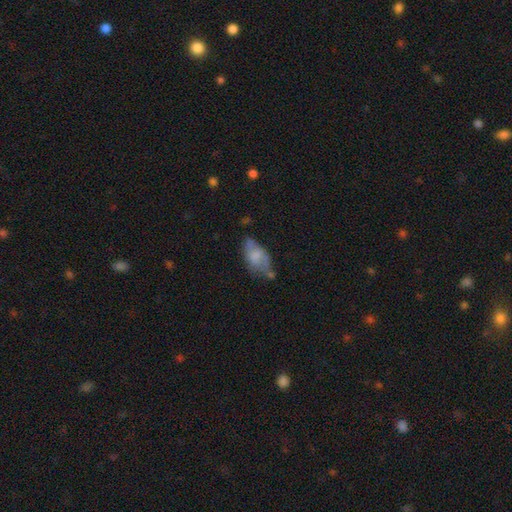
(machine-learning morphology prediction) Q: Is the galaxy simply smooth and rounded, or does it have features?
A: smooth — 58%.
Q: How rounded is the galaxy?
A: in between — 91%.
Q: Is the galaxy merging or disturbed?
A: none — 38%.